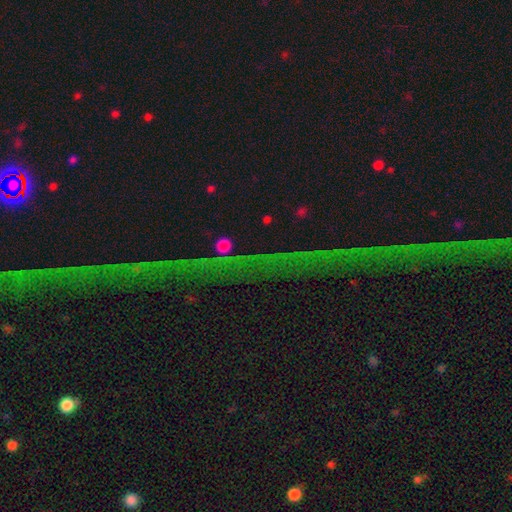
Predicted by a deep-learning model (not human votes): This is clearly a star or artifact rather than a galaxy (81%).